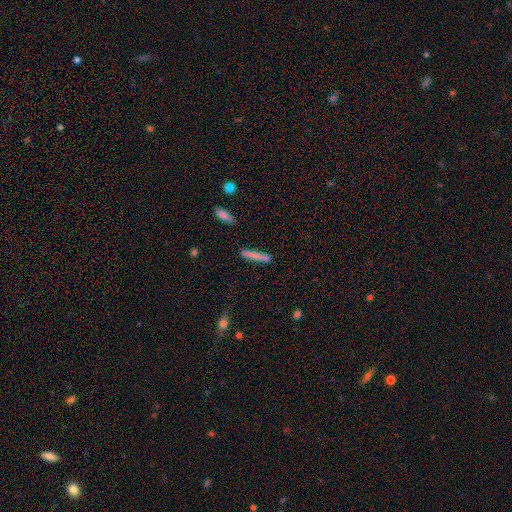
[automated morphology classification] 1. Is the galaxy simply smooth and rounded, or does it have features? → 73% smooth, 19% featured or disk, 8% star or artifact.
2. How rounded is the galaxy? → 92% cigar-shaped, 6% in between, 2% round.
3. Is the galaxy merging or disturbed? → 77% none, 13% minor disturbance, 7% merger, 3% major disturbance.